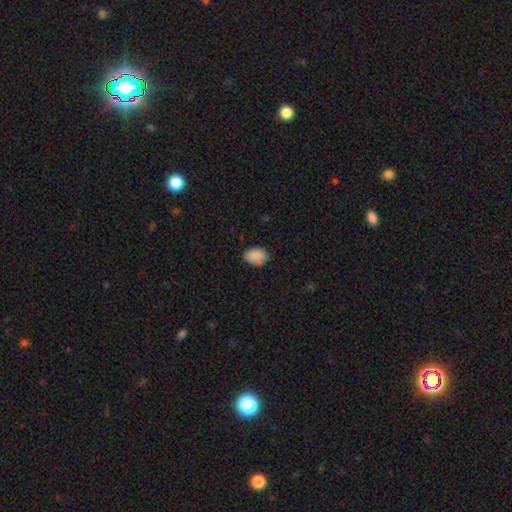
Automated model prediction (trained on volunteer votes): smooth-or-featured: smooth: 88% | star or artifact: 8% | featured or disk: 4%
  how-rounded: in between: 72% | round: 28% | cigar-shaped: 1%
  merging: none: 76% | minor disturbance: 19% | major disturbance: 3% | merger: 1%